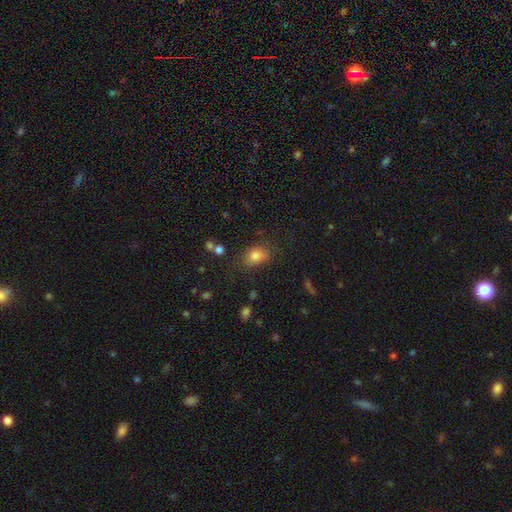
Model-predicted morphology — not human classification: Q: Smooth or featured?
A: smooth (80%); runner-up: star or artifact (12%)
Q: How rounded?
A: in between (68%); runner-up: round (31%)
Q: Merging?
A: none (68%); runner-up: minor disturbance (21%)